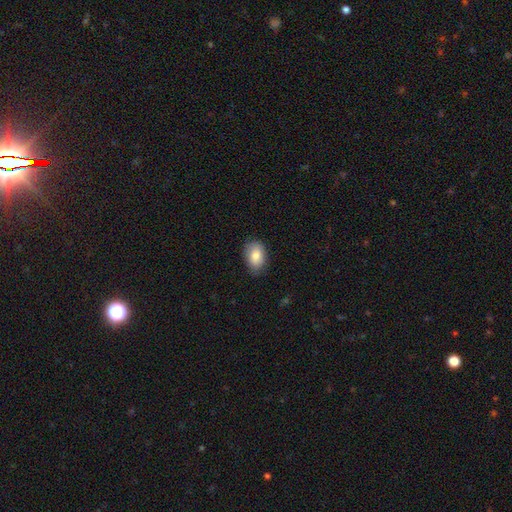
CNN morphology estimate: Smooth or featured: smooth — 83% (featured or disk — 10%)
How rounded: in between — 86% (round — 13%)
Merging: none — 79% (minor disturbance — 17%)